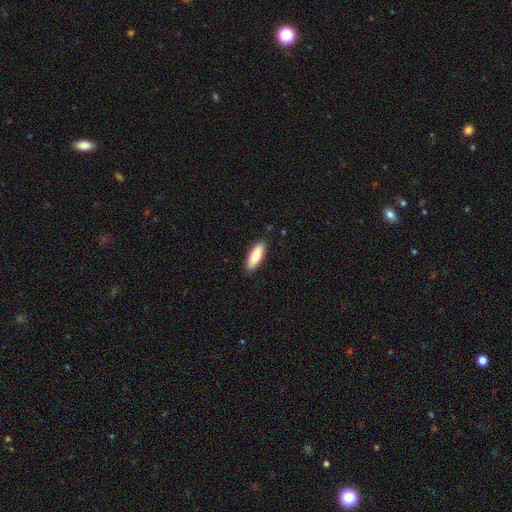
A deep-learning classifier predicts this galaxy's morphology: Overall: smooth (83%). How rounded: in between (57%; cigar-shaped 41%). Merging: none (89%).